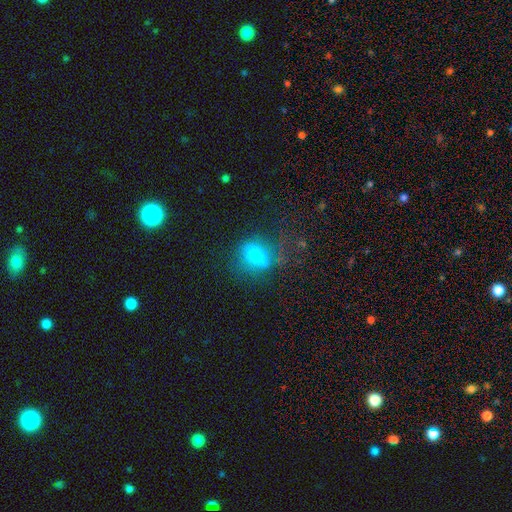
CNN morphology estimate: Q: Smooth or featured?
A: smooth (70%); runner-up: featured or disk (16%)
Q: How rounded?
A: in between (72%); runner-up: round (19%)
Q: Merging?
A: none (57%); runner-up: minor disturbance (22%)